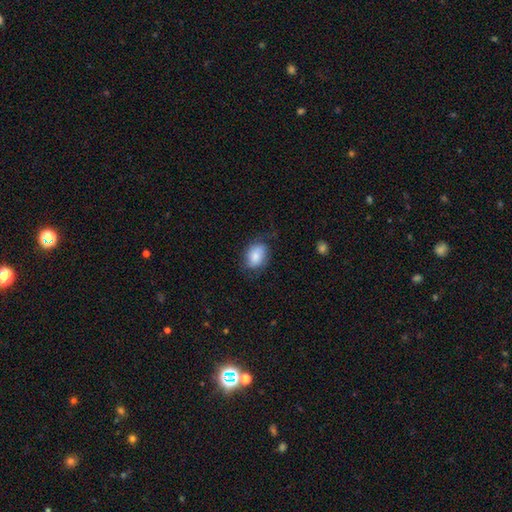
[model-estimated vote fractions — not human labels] Morphology: type=smooth (76%); roundness=in between (76%); merging=none (61%).